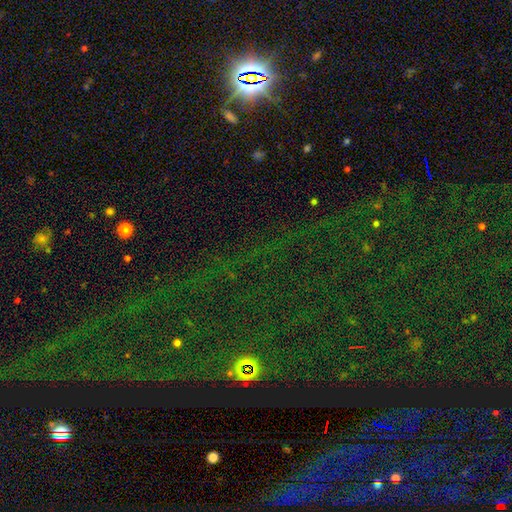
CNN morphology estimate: This appears to be a star or artifact, not a galaxy (83%).